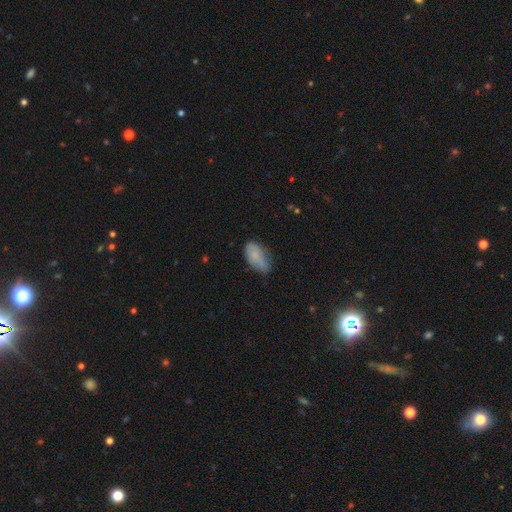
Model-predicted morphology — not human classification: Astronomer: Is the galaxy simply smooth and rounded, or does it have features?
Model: smooth — 74%.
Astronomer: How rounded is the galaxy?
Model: in between — 92%.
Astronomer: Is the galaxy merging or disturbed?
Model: none — 50% (runner-up: minor disturbance, 38%).